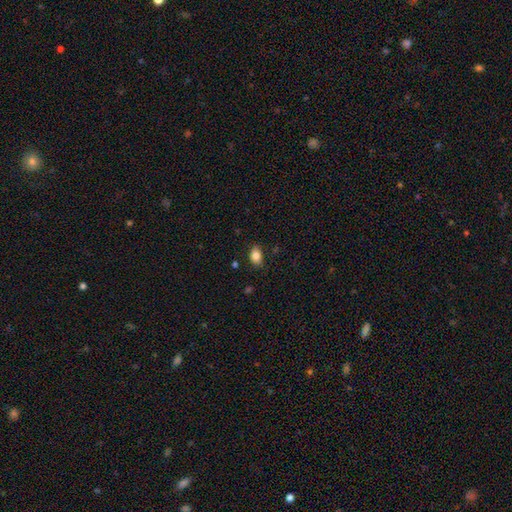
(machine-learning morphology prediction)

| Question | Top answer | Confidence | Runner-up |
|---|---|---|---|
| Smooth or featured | smooth | 84% | star or artifact (9%) |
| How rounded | in between | 82% | round (16%) |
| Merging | none | 81% | minor disturbance (15%) |